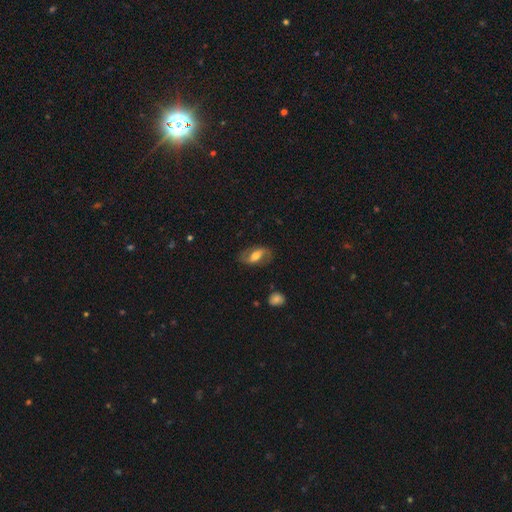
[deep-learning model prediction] Smooth or featured? featured or disk (58%)
Edge-on disk? no (90%)
Bar? strong (40%)
Spiral arms? yes (77%)
Bulge size? moderate (65%)
Merging? none (77%)